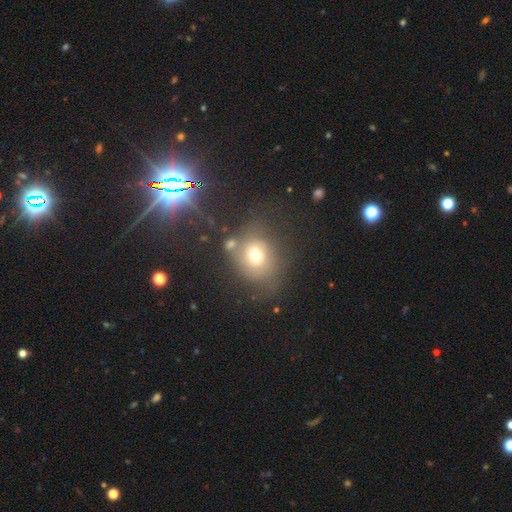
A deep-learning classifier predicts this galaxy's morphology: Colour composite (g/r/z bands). It shows a smooth galaxy with no disk features (61%) that is round (61%). Merging: none (58%).